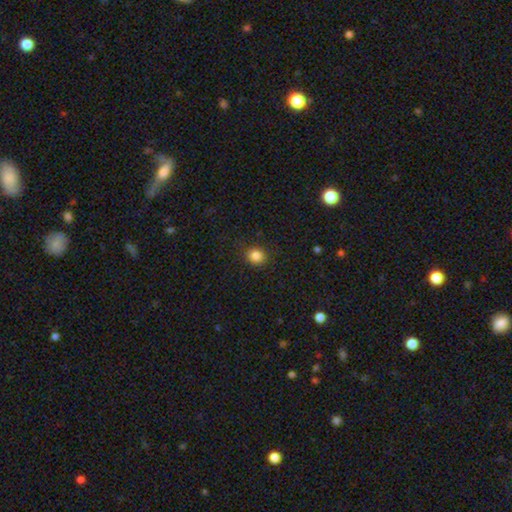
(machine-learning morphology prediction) Smooth or featured? smooth (84%)
How rounded? round (83%)
Merging? none (88%)